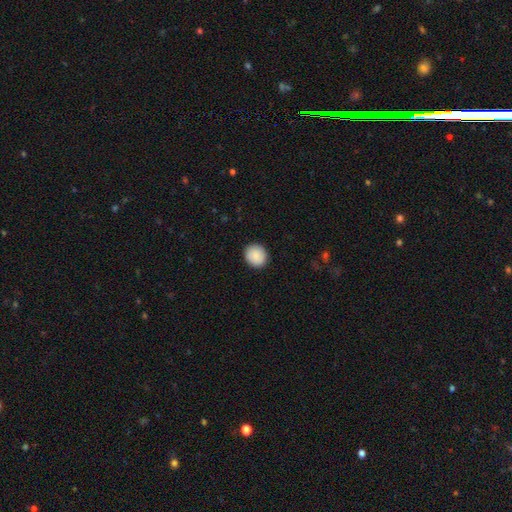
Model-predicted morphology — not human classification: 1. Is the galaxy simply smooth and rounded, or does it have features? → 89% smooth, 7% star or artifact, 4% featured or disk.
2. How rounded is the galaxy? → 85% round, 14% in between, 1% cigar-shaped.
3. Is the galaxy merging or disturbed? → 91% none, 6% minor disturbance, 2% major disturbance, 1% merger.